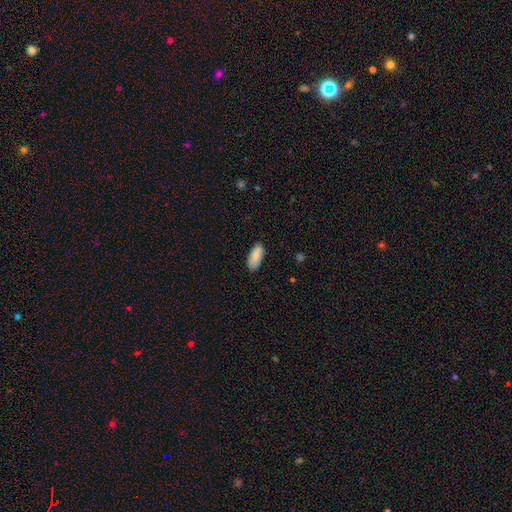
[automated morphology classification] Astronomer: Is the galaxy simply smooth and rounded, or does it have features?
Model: smooth — 88%.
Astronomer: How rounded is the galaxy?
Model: in between — 88%.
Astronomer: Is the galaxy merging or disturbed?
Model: none — 86%.